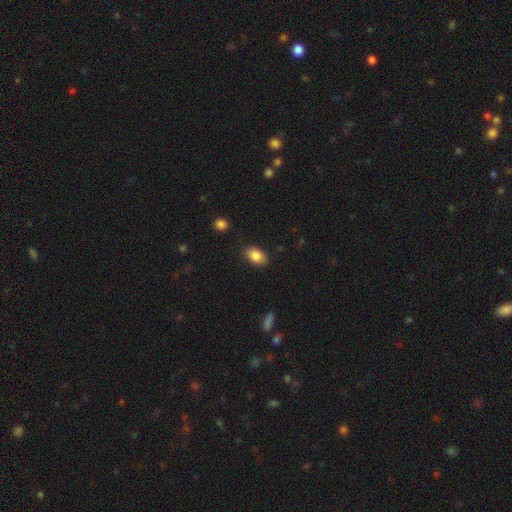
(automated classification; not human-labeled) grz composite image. It shows a smooth galaxy with no disk features (86%) that is in between round and cigar-shaped (85%). Merging: none (84%).